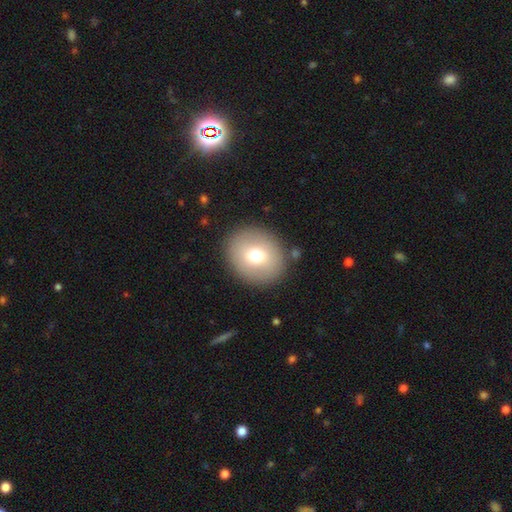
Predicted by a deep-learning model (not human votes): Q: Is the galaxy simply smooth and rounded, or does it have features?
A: smooth — 69%.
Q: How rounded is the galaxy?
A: round — 77%.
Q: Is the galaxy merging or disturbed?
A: none — 87%.